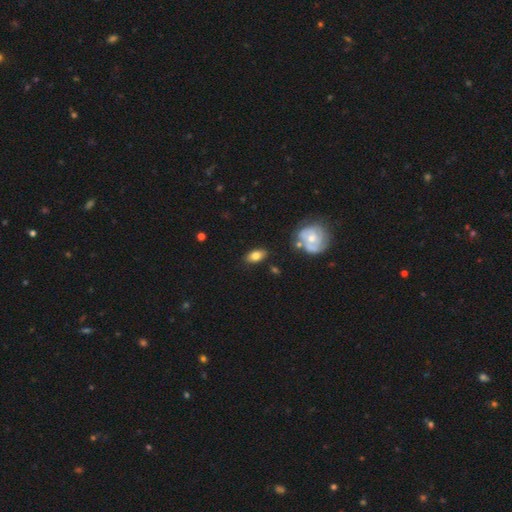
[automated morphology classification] type=smooth (75%); roundness=in between (88%); merging=none (81%).